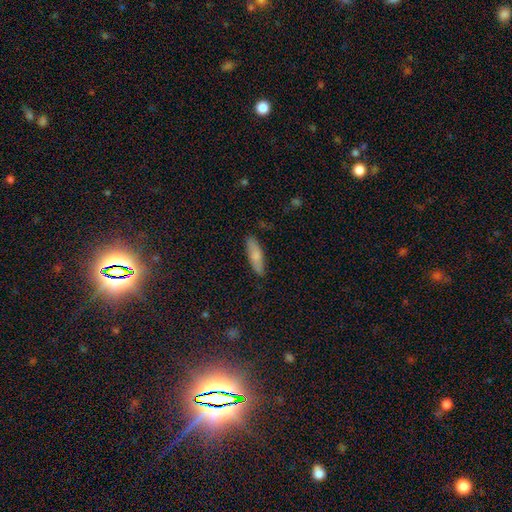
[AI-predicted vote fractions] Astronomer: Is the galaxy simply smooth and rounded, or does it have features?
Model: smooth — 75%.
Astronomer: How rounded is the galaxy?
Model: cigar-shaped — 59% (runner-up: in between, 39%).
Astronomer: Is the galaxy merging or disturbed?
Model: none — 85%.